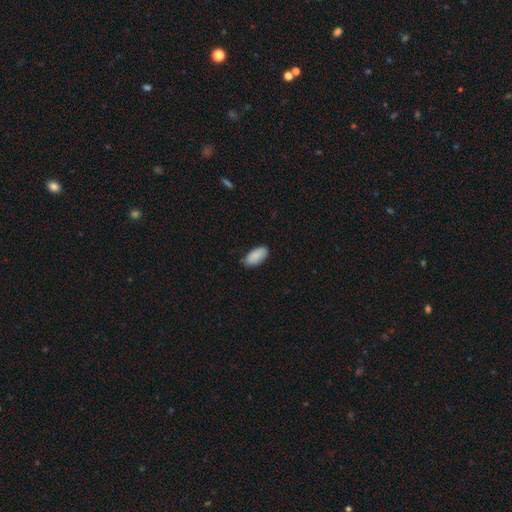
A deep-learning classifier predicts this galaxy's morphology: Q: Smooth or featured?
A: smooth (88%); runner-up: star or artifact (6%)
Q: How rounded?
A: in between (94%); runner-up: cigar-shaped (4%)
Q: Merging?
A: none (80%); runner-up: minor disturbance (16%)